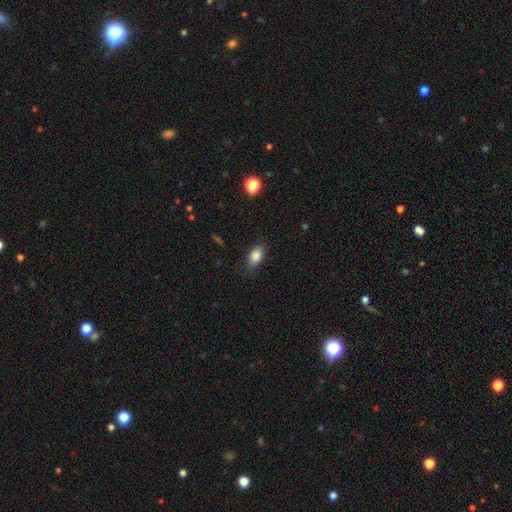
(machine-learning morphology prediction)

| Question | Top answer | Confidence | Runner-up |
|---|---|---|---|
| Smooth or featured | smooth | 85% | star or artifact (8%) |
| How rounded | in between | 86% | round (11%) |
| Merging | none | 76% | minor disturbance (19%) |